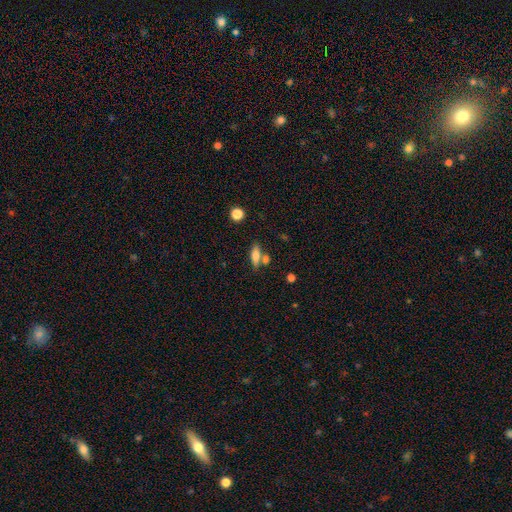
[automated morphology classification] This is likely a smooth galaxy (69%). How rounded: possibly in between (57%). Merging: possibly none (59%).